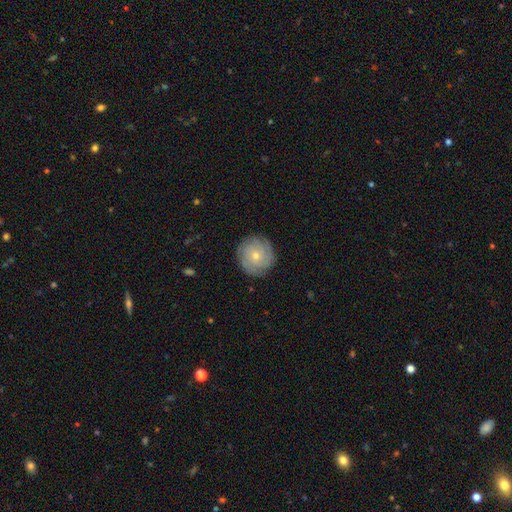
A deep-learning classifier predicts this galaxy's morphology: This is likely a featured or disk galaxy (61%). It is clearly not viewed edge-on (97%). Bar: likely no (79%). Spiral arm pattern: clearly yes (89%). Spiral arm count: marginally can't tell (42%). Spiral winding: likely tight (74%). Central bulge: likely small (60%). Merging: clearly none (85%).